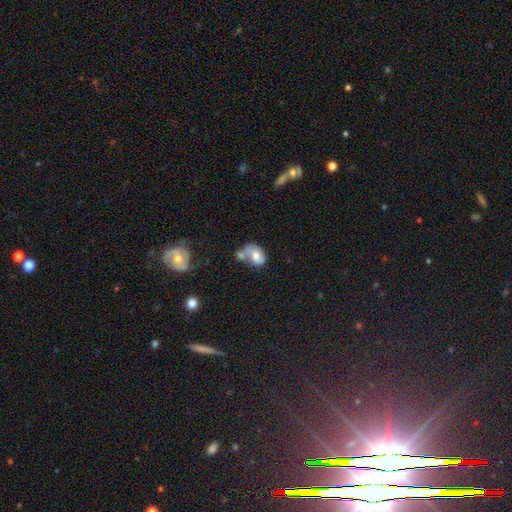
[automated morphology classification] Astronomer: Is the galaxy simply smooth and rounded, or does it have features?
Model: smooth — 54% (runner-up: featured or disk, 38%).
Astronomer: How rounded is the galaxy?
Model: in between — 76%.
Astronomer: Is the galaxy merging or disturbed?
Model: merger — 53%.